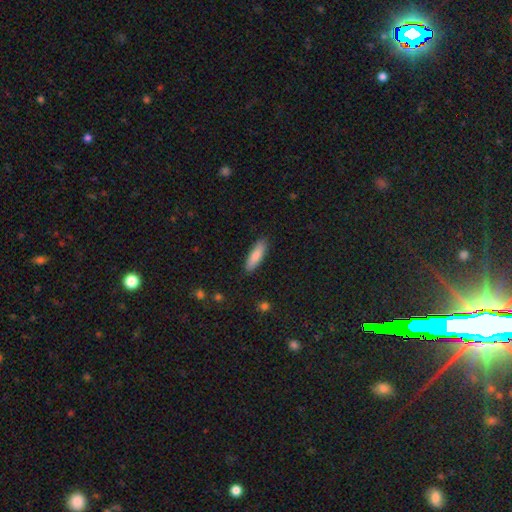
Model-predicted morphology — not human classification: smooth 83%, featured or disk 11%, star or artifact 6%. Down the decision tree: how rounded — cigar-shaped (55%); merging — none (88%).